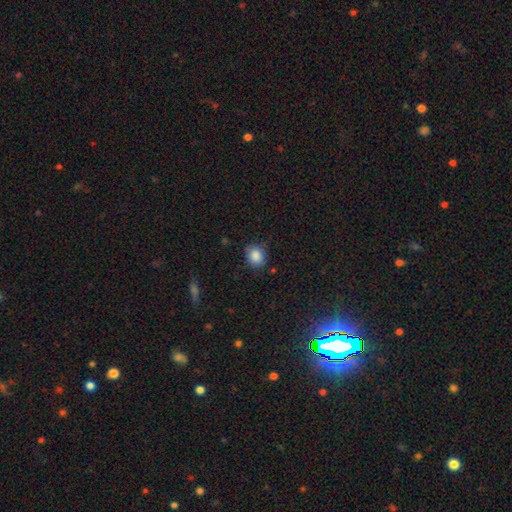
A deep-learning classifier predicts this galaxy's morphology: The model was most divided on "how rounded": round: 64%, in between: 35%, cigar-shaped: 1%. More confident: smooth or featured — smooth (86%); merging — none (76%).